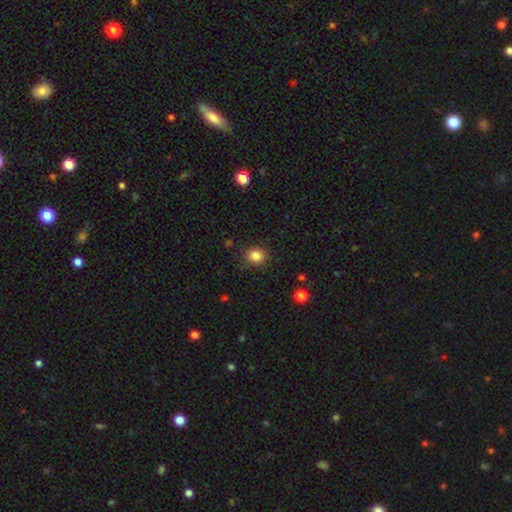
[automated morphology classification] This appears to be a smooth galaxy with no disk features (85%) that is round (82%). Merging: none (86%).